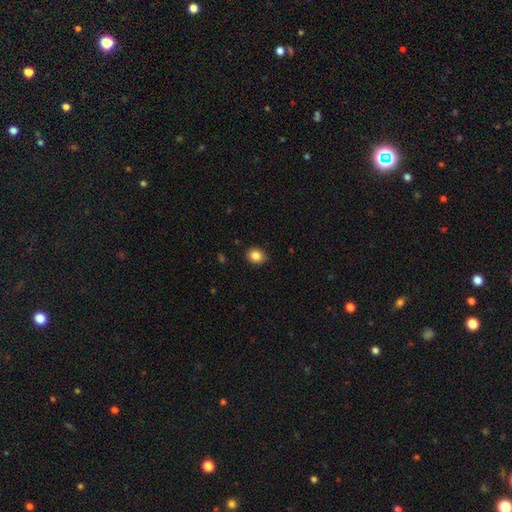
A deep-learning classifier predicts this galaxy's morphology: A smooth galaxy with no disk features (85%) that is in between round and cigar-shaped (50%, tied with round). Merging: none (87%).